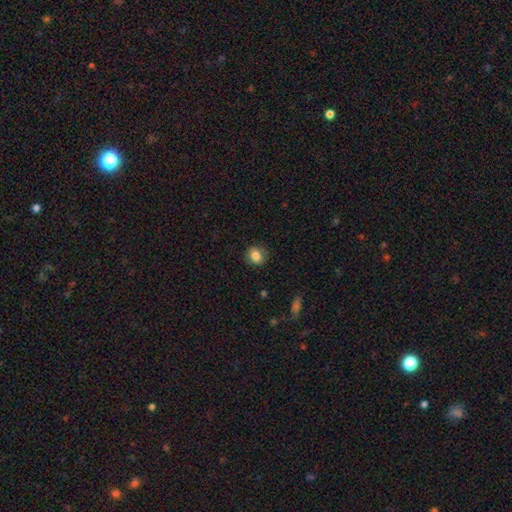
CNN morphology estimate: Smooth or featured? Predicted: smooth (p=0.83). How rounded? Predicted: round (p=0.72). Merging? Predicted: none (p=0.84).